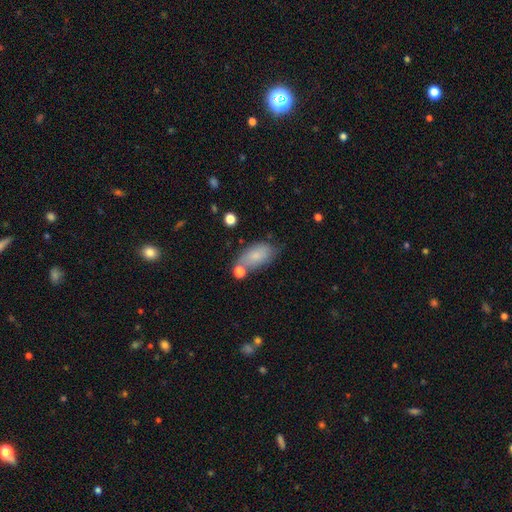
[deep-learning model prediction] Smooth or featured? Predicted: smooth (p=0.78). How rounded? Predicted: in between (p=0.91). Merging? Predicted: none (p=0.60).